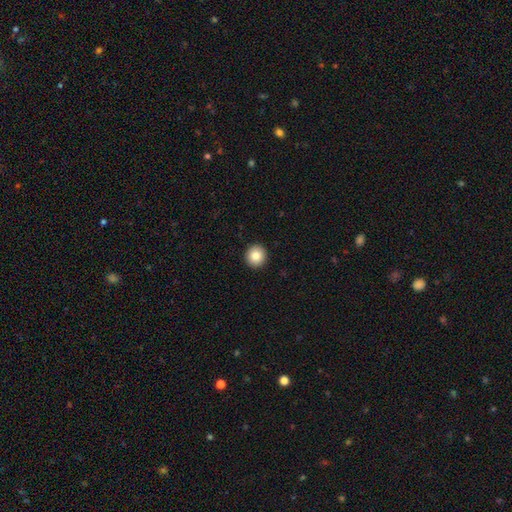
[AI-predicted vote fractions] This appears to be a smooth galaxy with no disk features (83%) that is round (93%). Merging: none (94%).